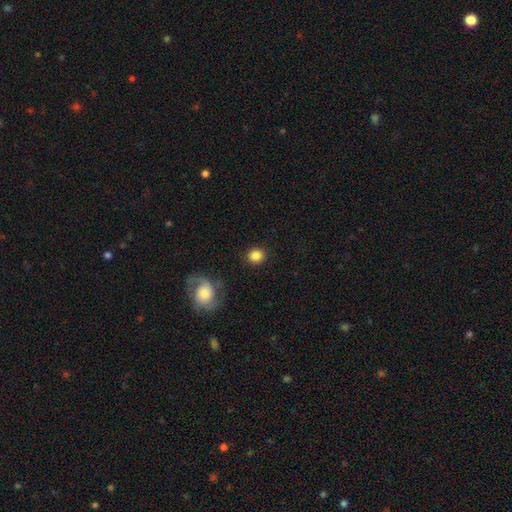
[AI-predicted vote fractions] Q: Smooth or featured?
A: smooth (85%); runner-up: star or artifact (8%)
Q: How rounded?
A: round (86%); runner-up: in between (13%)
Q: Merging?
A: none (89%); runner-up: minor disturbance (6%)